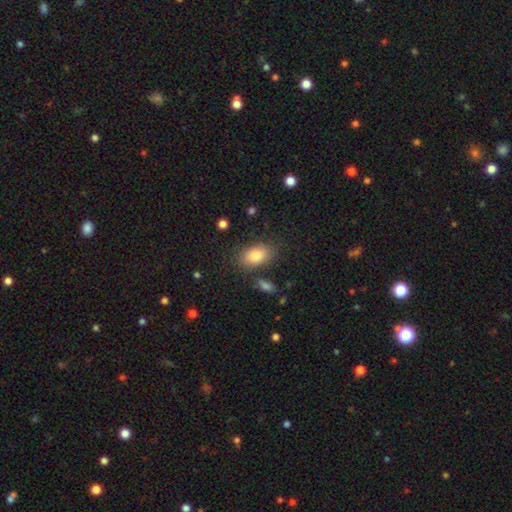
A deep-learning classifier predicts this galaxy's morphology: smooth-or-featured: smooth: 82% | featured or disk: 10% | star or artifact: 8%
  how-rounded: in between: 85% | round: 13% | cigar-shaped: 2%
  merging: none: 78% | minor disturbance: 14% | major disturbance: 4% | merger: 4%